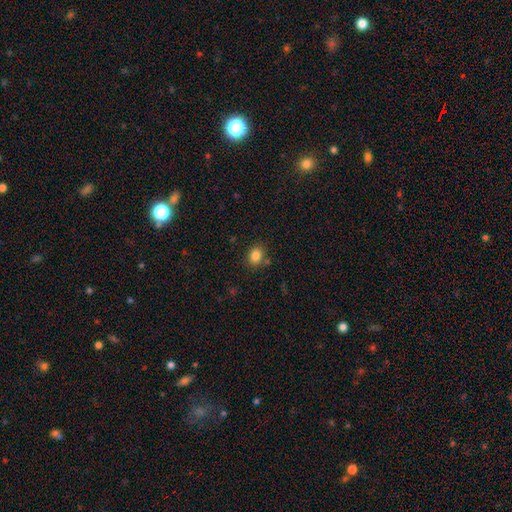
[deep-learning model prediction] Smooth or featured: smooth — 84% (star or artifact — 11%)
How rounded: in between — 50% (round — 49%)
Merging: none — 79% (minor disturbance — 12%)